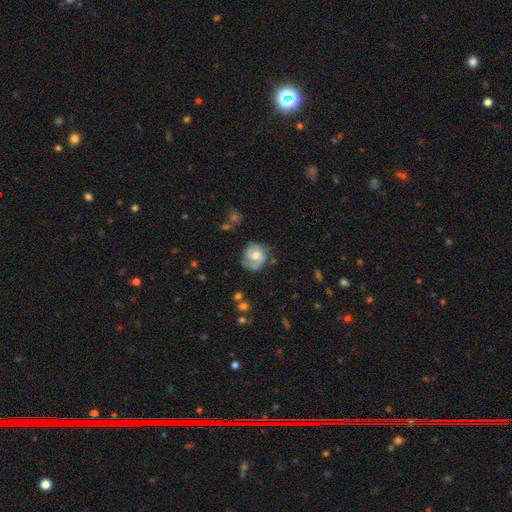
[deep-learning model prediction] smooth_or_featured: featured or disk (p=0.48) [alt: smooth p=0.44]
merging: none (p=0.58) [alt: minor disturbance p=0.26]